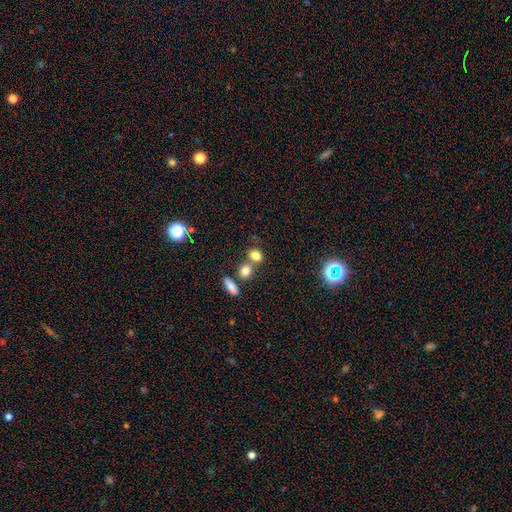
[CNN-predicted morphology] The model was most divided on "how rounded": round: 52%, in between: 46%, cigar-shaped: 2%. Remaining: smooth or featured — smooth (78%); merging — none (46%).